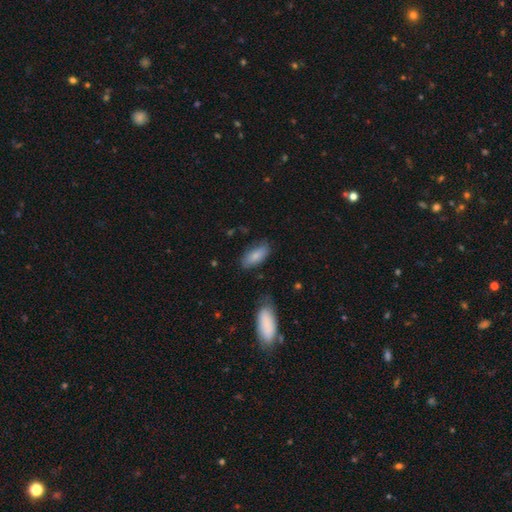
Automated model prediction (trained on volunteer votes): smooth 81%, featured or disk 12%, star or artifact 6%. Down the decision tree: how rounded — in between (86%); merging — none (72%).